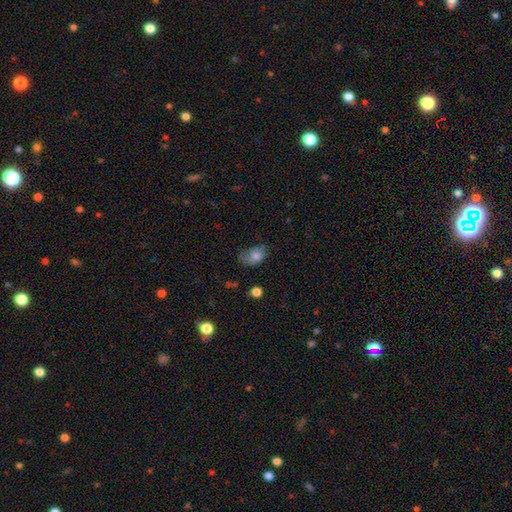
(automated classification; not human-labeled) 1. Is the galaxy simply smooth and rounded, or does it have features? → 73% smooth, 17% featured or disk, 10% star or artifact.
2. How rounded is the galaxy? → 78% in between, 21% round, 1% cigar-shaped.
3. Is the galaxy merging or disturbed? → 36% minor disturbance, 34% none, 27% major disturbance, 3% merger.